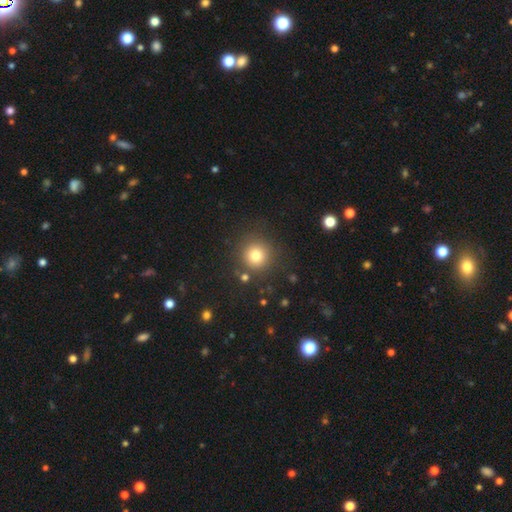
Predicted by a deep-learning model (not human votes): The model was most divided on "smooth or featured": smooth: 78%, star or artifact: 14%, featured or disk: 8%. More confident: how rounded — round (94%); merging — none (85%).